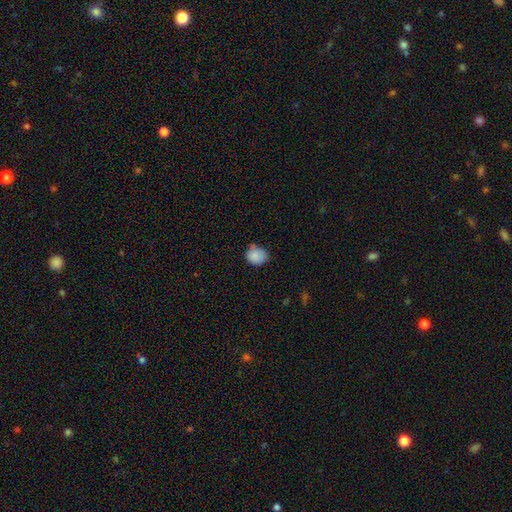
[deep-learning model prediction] smooth-or-featured: smooth: 86% | star or artifact: 9% | featured or disk: 5%
  how-rounded: round: 65% | in between: 34% | cigar-shaped: 1%
  merging: none: 58% | minor disturbance: 33% | major disturbance: 6% | merger: 4%